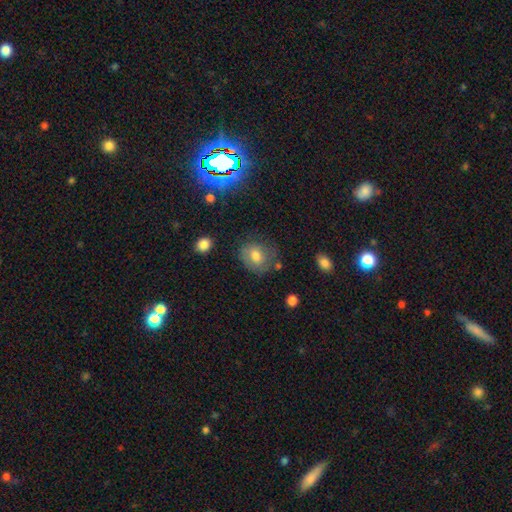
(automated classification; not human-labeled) smooth_or_featured: smooth (p=0.71) [alt: featured or disk p=0.19]
how_rounded: round (p=0.61) [alt: in between p=0.38]
merging: none (p=0.65) [alt: minor disturbance p=0.22]